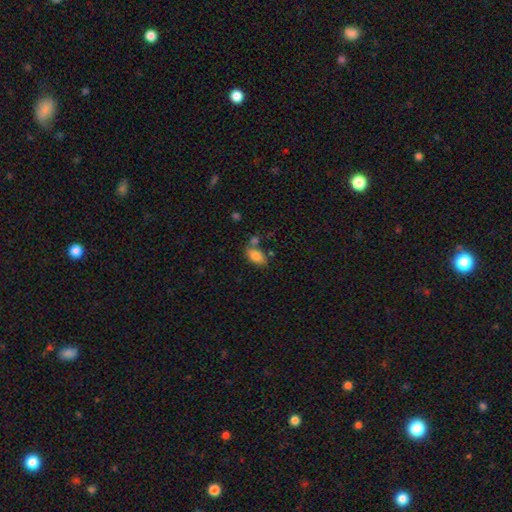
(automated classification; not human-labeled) The model was most divided on "merging": none: 59%, merger: 19%, minor disturbance: 16%, major disturbance: 5%. More confident: how rounded — in between (91%); smooth or featured — smooth (82%).